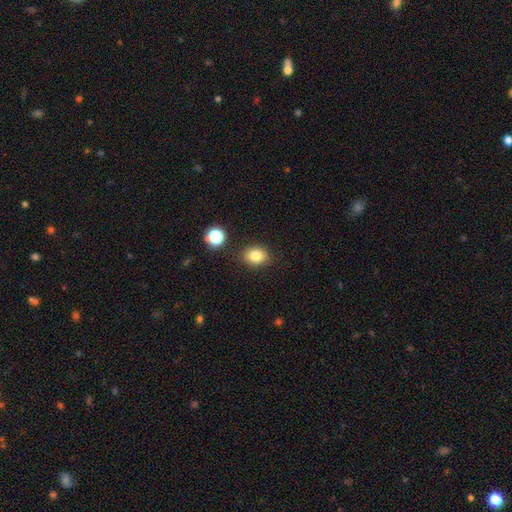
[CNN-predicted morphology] Q: Smooth or featured?
A: smooth (81%); runner-up: star or artifact (12%)
Q: How rounded?
A: in between (51%); runner-up: round (48%)
Q: Merging?
A: none (85%); runner-up: minor disturbance (10%)